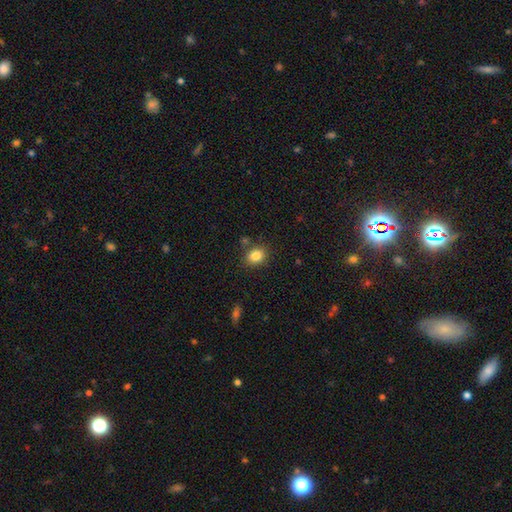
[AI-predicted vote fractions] Smooth or featured? Predicted: smooth (p=0.84). How rounded? Predicted: in between (p=0.53). Merging? Predicted: none (p=0.81).